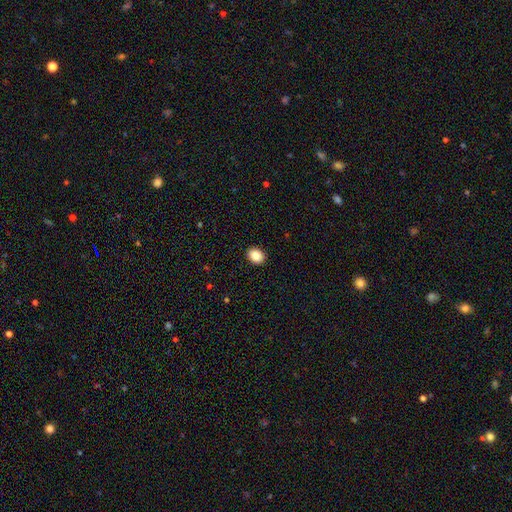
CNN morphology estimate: Smooth or featured? smooth (86%)
How rounded? in between (52%)
Merging? none (92%)